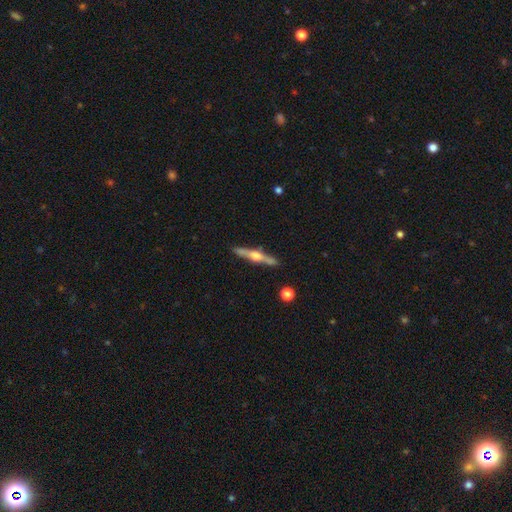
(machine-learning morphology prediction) Smooth or featured? Predicted: featured or disk (p=0.74). Edge-on disk? Predicted: yes (p=0.97). Edge-on bulge? Predicted: rounded (p=0.92). Merging? Predicted: none (p=0.88).